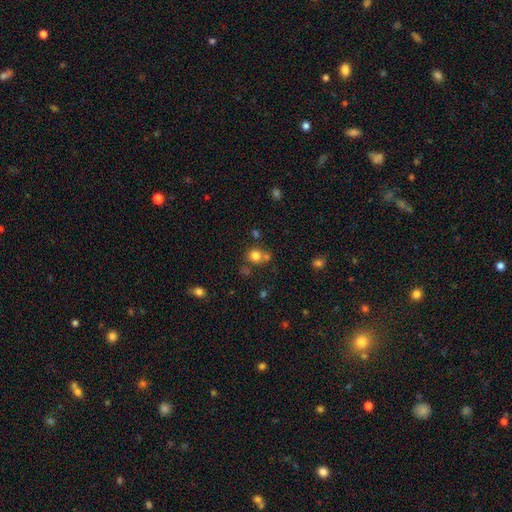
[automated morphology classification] The model was most divided on "merging": none: 61%, merger: 25%, minor disturbance: 10%, major disturbance: 4%. More confident: how rounded — round (87%); smooth or featured — smooth (78%).